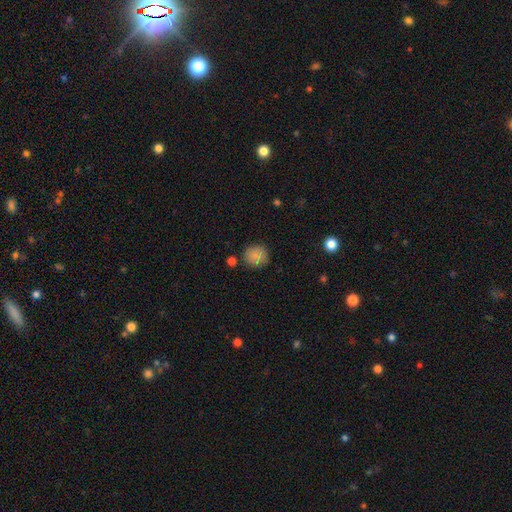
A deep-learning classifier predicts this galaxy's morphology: Q: Smooth or featured?
A: smooth (84%); runner-up: star or artifact (10%)
Q: How rounded?
A: round (89%); runner-up: in between (10%)
Q: Merging?
A: none (79%); runner-up: minor disturbance (13%)